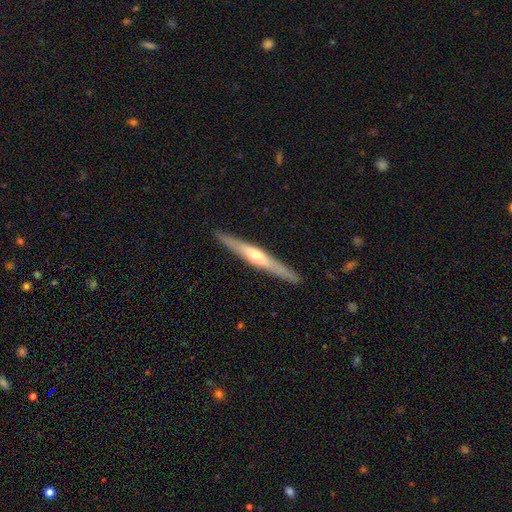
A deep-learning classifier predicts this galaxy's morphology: Smooth or featured? featured or disk (66%)
Edge-on disk? yes (97%)
Edge-on bulge? rounded (74%)
Merging? none (90%)